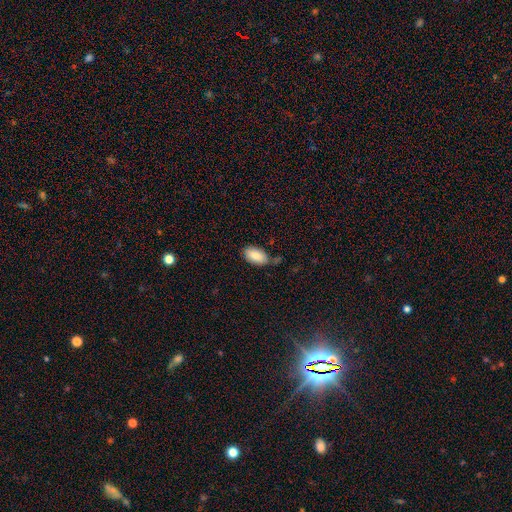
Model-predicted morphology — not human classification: Smooth or featured? Predicted: smooth (p=0.86). How rounded? Predicted: in between (p=0.94). Merging? Predicted: none (p=0.68).